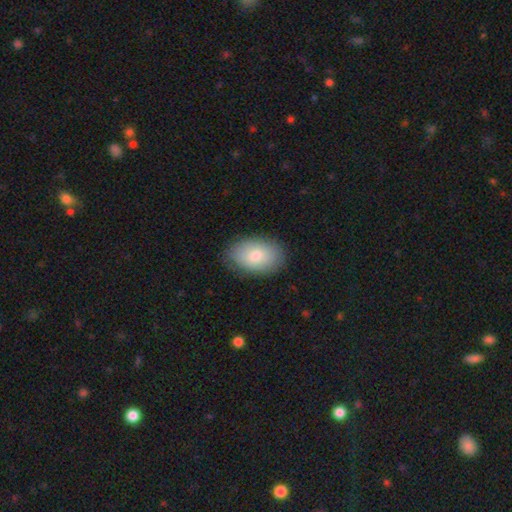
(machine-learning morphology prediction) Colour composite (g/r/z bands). It shows a smooth galaxy with no disk features (79%) that is in between round and cigar-shaped (87%). Merging: none (84%).